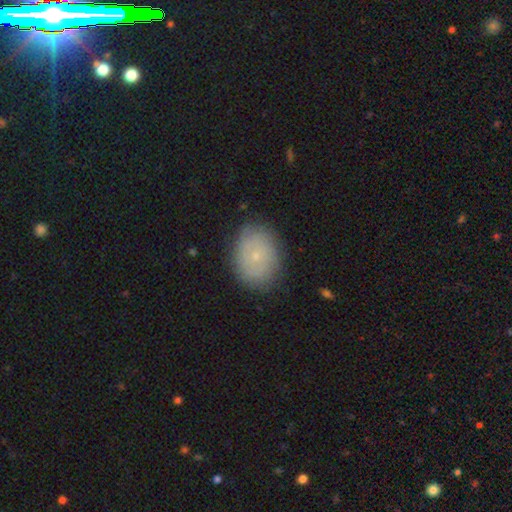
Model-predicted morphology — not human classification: Smooth or featured?
  - smooth: 61% *
  - featured or disk: 31%
  - star or artifact: 8%
How rounded?
  - in between: 62% *
  - round: 37%
  - cigar-shaped: 1%
Merging?
  - none: 82% *
  - minor disturbance: 13%
  - major disturbance: 3%
  - merger: 1%